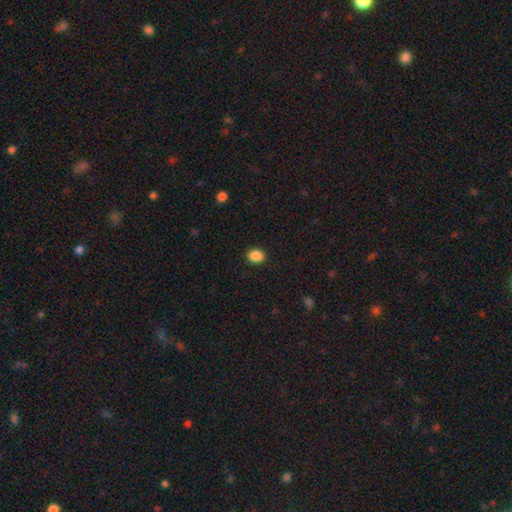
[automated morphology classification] type=smooth (88%); roundness=round (53%); merging=none (90%).